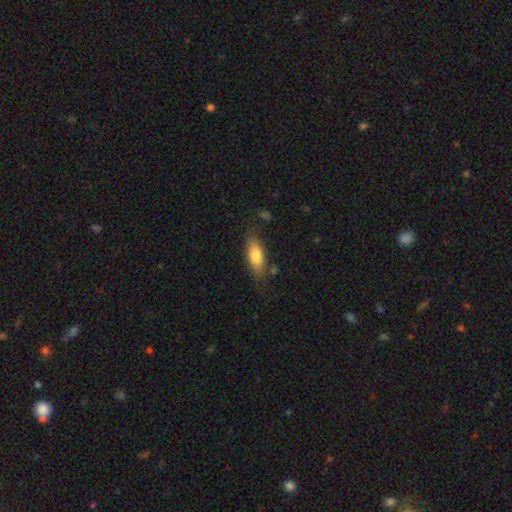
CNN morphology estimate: This appears to be a smooth galaxy with no disk features (75%) that is in between round and cigar-shaped (73%). Merging: none (75%).